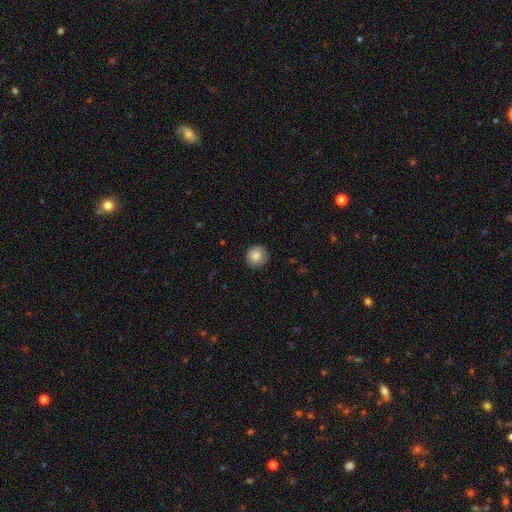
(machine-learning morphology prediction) smooth-or-featured: smooth: 85% | star or artifact: 8% | featured or disk: 6%
  how-rounded: round: 93% | in between: 6% | cigar-shaped: 1%
  merging: none: 87% | minor disturbance: 10% | major disturbance: 2% | merger: 1%